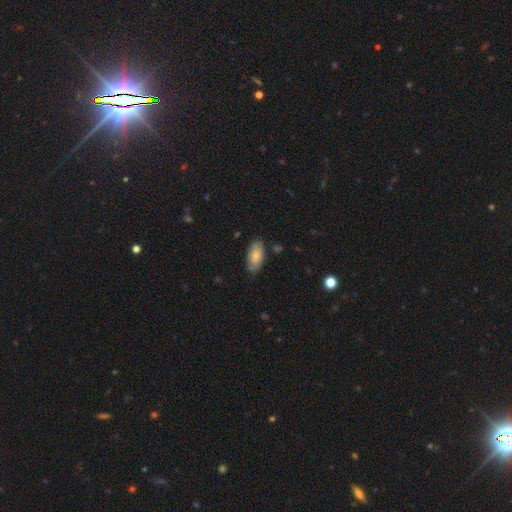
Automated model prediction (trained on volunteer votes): Morphology: type=smooth (72%); roundness=in between (92%); merging=none (75%).